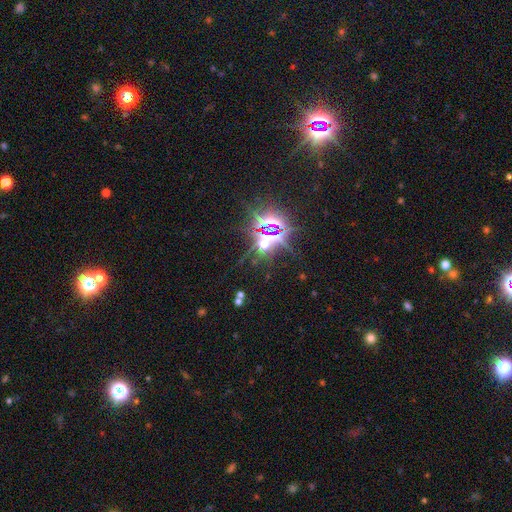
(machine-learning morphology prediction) star or artifact 84%, smooth 8%, featured or disk 8%.